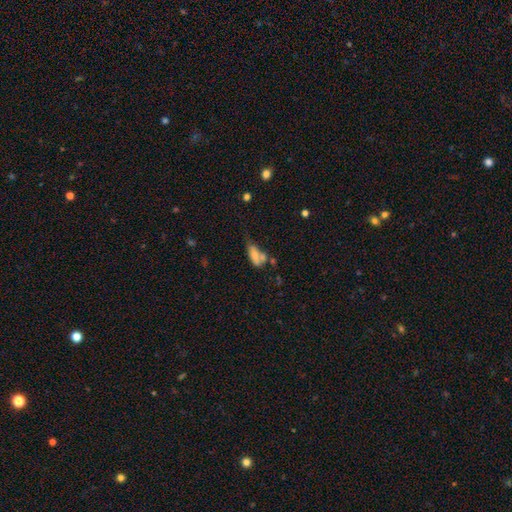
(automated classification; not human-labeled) A smooth galaxy with no disk features (62%) that is in between round and cigar-shaped (76%). Merging: merger (32%).